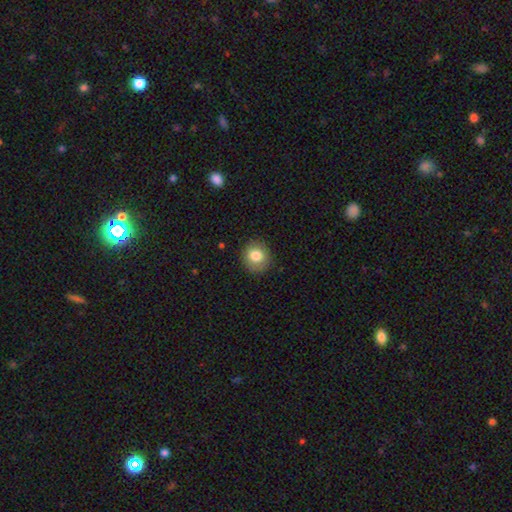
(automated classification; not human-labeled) smooth_or_featured: smooth (p=0.82) [alt: star or artifact p=0.09]
how_rounded: round (p=0.82) [alt: in between p=0.17]
merging: none (p=0.87) [alt: minor disturbance p=0.09]